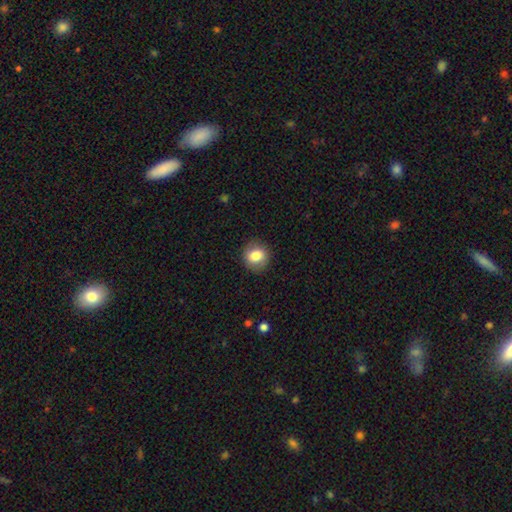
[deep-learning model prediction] smooth_or_featured: smooth (p=0.81) [alt: featured or disk p=0.11]
how_rounded: round (p=0.78) [alt: in between p=0.21]
merging: none (p=0.86) [alt: minor disturbance p=0.10]